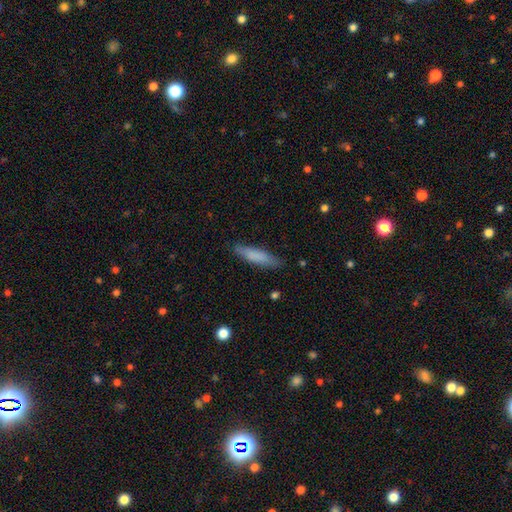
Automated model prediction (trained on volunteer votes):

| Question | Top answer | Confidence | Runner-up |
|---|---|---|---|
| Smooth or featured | smooth | 78% | featured or disk (16%) |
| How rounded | cigar-shaped | 78% | in between (20%) |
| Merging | none | 85% | minor disturbance (12%) |